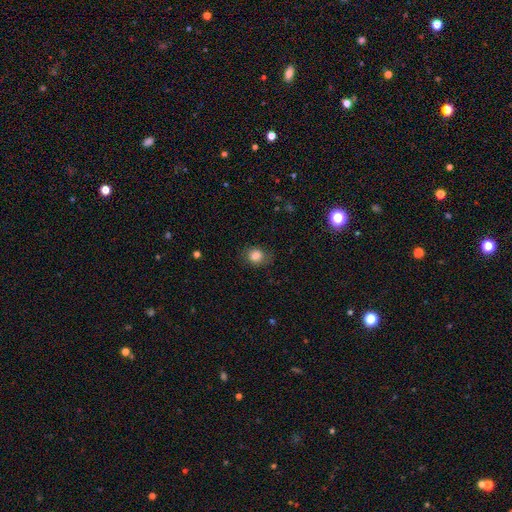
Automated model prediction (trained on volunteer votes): smooth_or_featured: smooth (p=0.83) [alt: star or artifact p=0.10]
how_rounded: round (p=0.61) [alt: in between p=0.38]
merging: none (p=0.73) [alt: minor disturbance p=0.19]